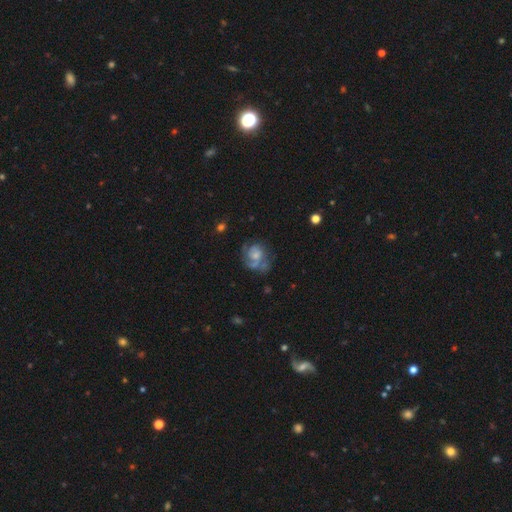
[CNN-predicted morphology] This appears to be a featured or disk galaxy (66%) with no bar (73%), 2 (41%) medium (41%, tied with tight) spiral arms (82%) and a small central bulge (46%). Merging: none (47%).